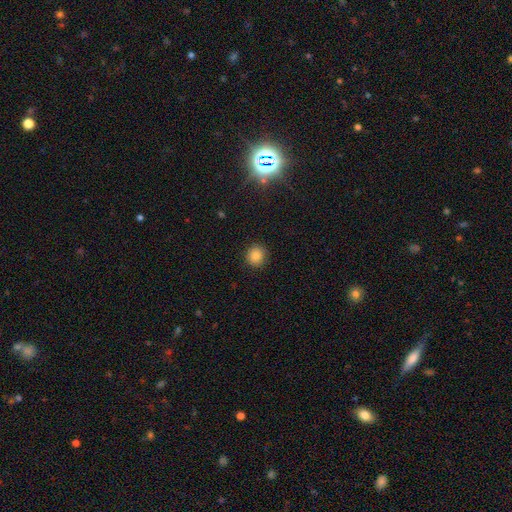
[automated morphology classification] A smooth galaxy with no disk features (84%) that is round (88%). Merging: none (90%).